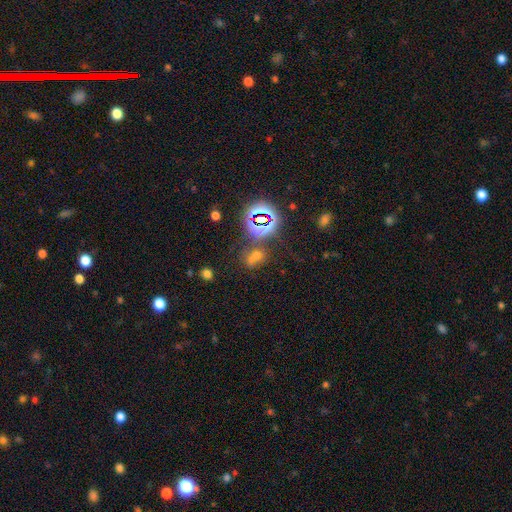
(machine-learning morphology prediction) This appears to be a star or artifact, not a galaxy (49%).